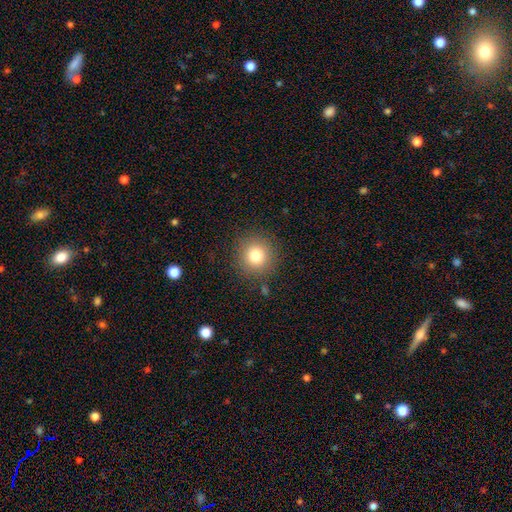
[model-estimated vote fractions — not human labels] Morphology: type=smooth (80%); roundness=round (93%); merging=none (88%).